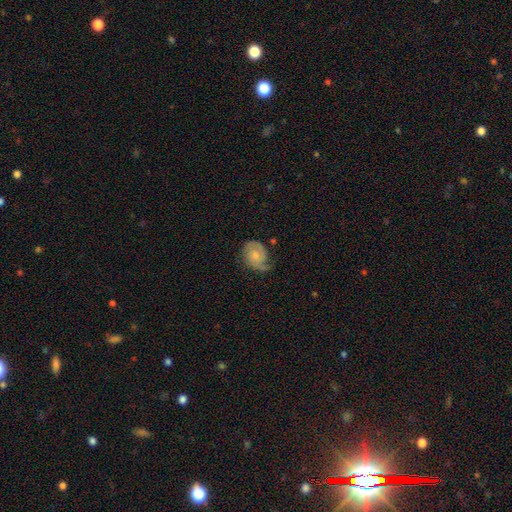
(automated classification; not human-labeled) A featured or disk galaxy (69%) with no bar (74%), 2 (68%) tight (42%) spiral arms (92%) and a small central bulge (54%).

Vote fractions:
- Smooth or featured? featured or disk: 69% / smooth: 25% / star or artifact: 6%
- Edge-on disk? no: 98% / yes: 2%
- Bar? no: 74% / weak: 23% / strong: 3%
- Spiral arms? yes: 92% / no: 8%
- Spiral winding? tight: 42% / medium: 40% / loose: 19%
- Spiral arm count? 2: 68% / 1: 15% / can't tell: 11% / 3: 4% / 4: 1% / more than 4: 1%
- Bulge size? small: 54% / moderate: 34% / none: 8% / large: 3% / dominant: 1%
- Merging? none: 57% / minor disturbance: 28% / major disturbance: 13% / merger: 2%